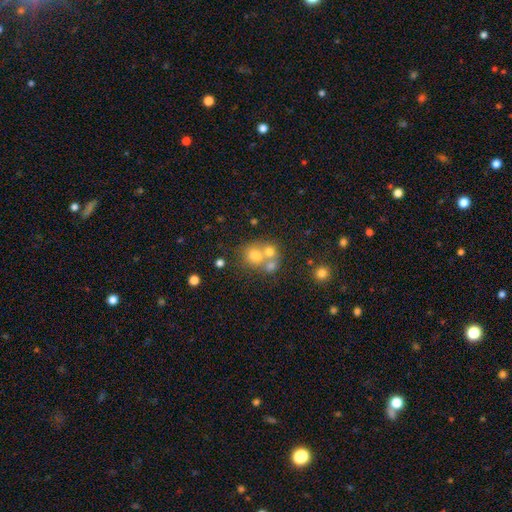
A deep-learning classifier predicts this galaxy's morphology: The model was most divided on "merging": merger: 50%, none: 37%, minor disturbance: 7%, major disturbance: 5%. More confident: how rounded — round (76%); smooth or featured — smooth (62%).